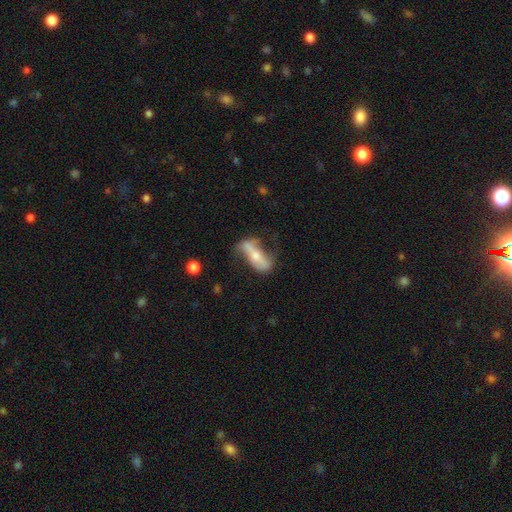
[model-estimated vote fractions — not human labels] Smooth or featured? Predicted: featured or disk (p=0.59). Edge-on disk? Predicted: no (p=0.69). Merging? Predicted: none (p=0.49).